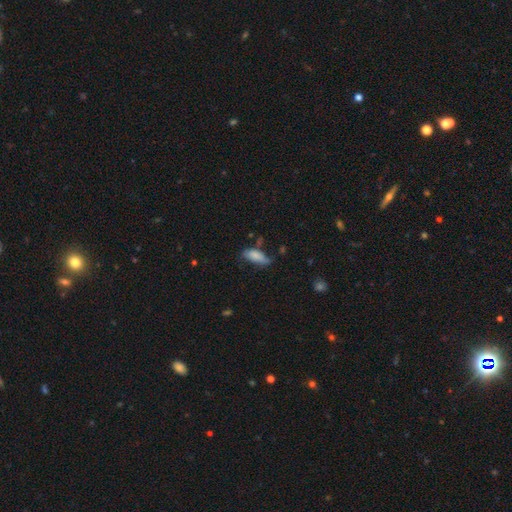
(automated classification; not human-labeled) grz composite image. It shows a smooth galaxy with no disk features (79%) that is in between round and cigar-shaped (76%). Merging: none (45%).